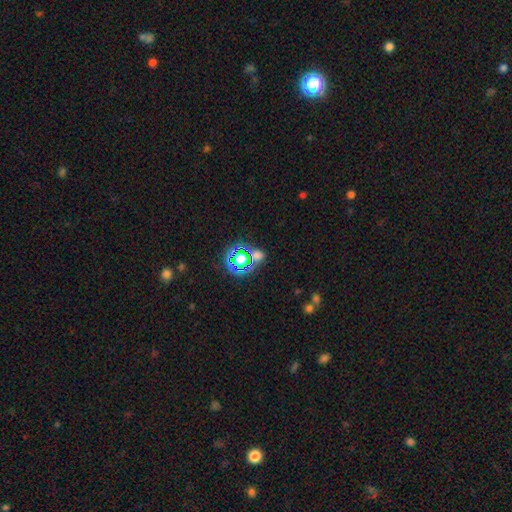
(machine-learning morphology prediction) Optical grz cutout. It shows a star or artifact, not a galaxy (51%).